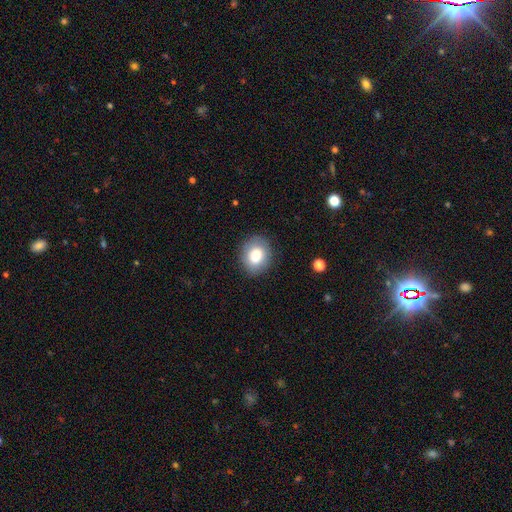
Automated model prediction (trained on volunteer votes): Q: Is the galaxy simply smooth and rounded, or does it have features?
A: smooth — 81%.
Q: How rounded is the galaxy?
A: round — 60%.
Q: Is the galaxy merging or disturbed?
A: none — 85%.